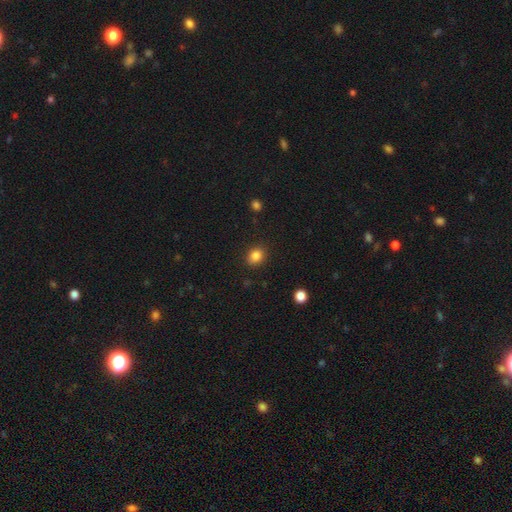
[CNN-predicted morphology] type=smooth (85%); roundness=round (55%); merging=none (87%).